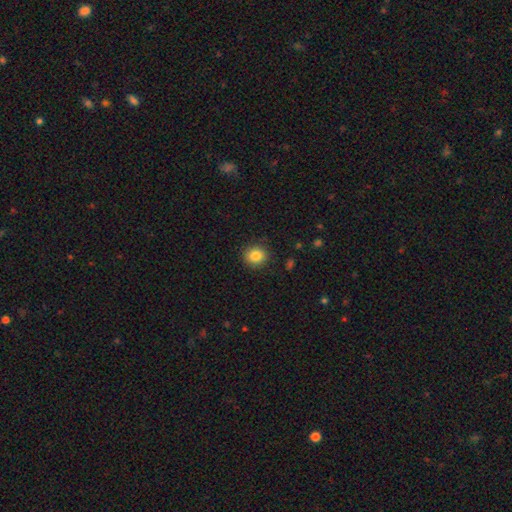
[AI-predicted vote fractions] This appears to be a smooth galaxy with no disk features (84%) that is round (81%). Merging: none (89%).